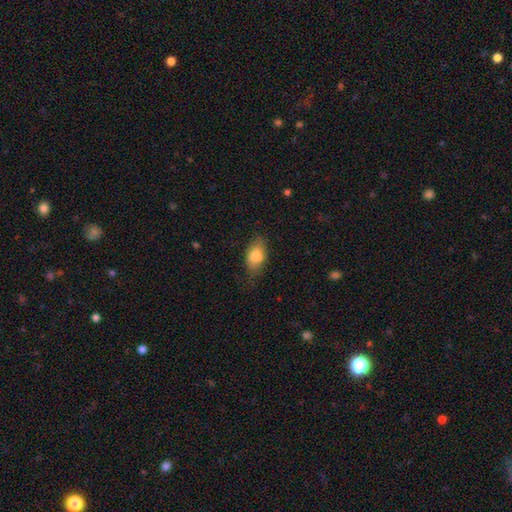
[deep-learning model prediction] Smooth or featured?
  - smooth: 79% *
  - featured or disk: 13%
  - star or artifact: 8%
How rounded?
  - in between: 89% *
  - round: 6%
  - cigar-shaped: 5%
Merging?
  - none: 62% *
  - minor disturbance: 26%
  - major disturbance: 8%
  - merger: 4%